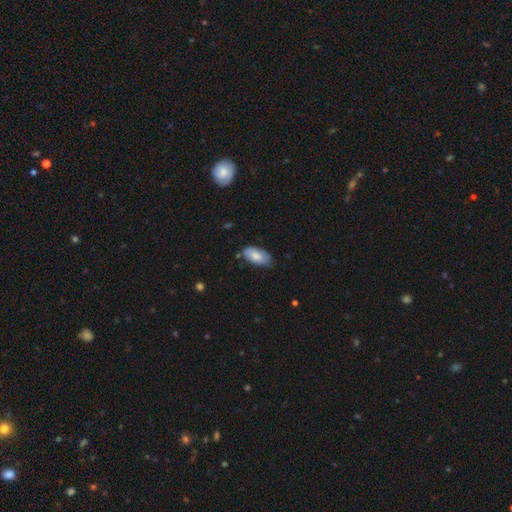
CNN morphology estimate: Smooth or featured?
  - smooth: 80% *
  - featured or disk: 14%
  - star or artifact: 6%
How rounded?
  - in between: 94% *
  - cigar-shaped: 4%
  - round: 3%
Merging?
  - none: 68% *
  - minor disturbance: 26%
  - major disturbance: 4%
  - merger: 2%